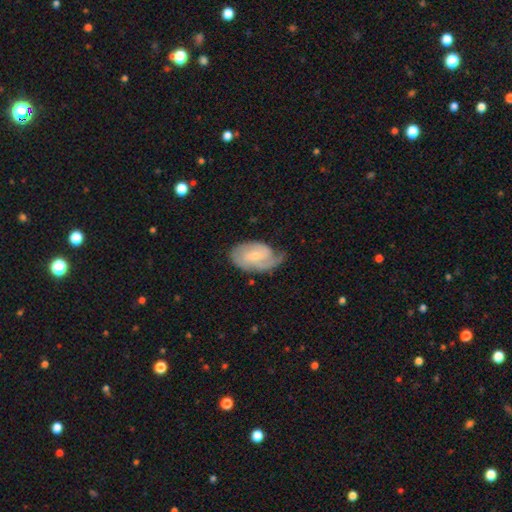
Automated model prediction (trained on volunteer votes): featured or disk 76%, smooth 19%, star or artifact 5%. Down the decision tree: edge-on disk — no (96%); bar — no (47%); spiral arms — yes (93%); spiral arm count — 2 (50%); spiral winding — tight (47%); bulge size — small (61%); merging — none (54%).